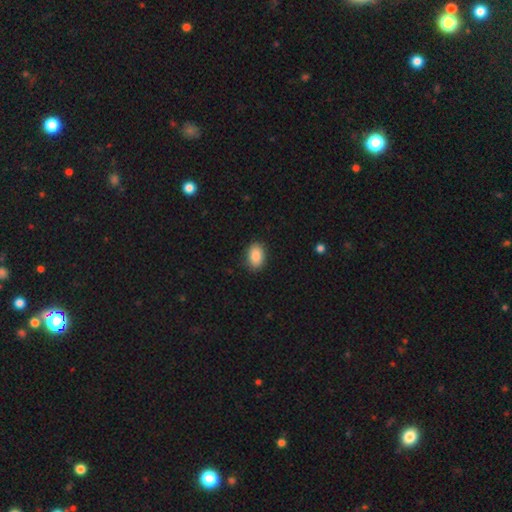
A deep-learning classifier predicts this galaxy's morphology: Smooth or featured? smooth (87%)
How rounded? in between (82%)
Merging? none (88%)